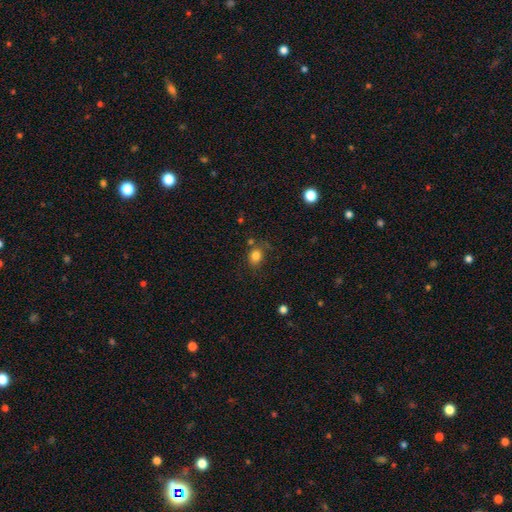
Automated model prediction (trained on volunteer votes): This is clearly a smooth galaxy (82%). How rounded: possibly round (56%). Merging: likely none (70%).